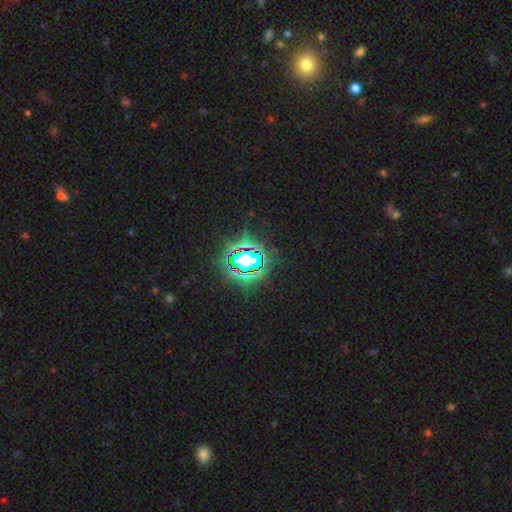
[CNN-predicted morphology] star or artifact 81%, smooth 12%, featured or disk 7%.